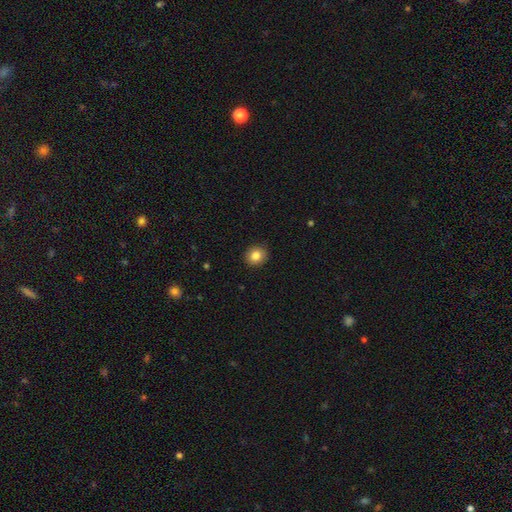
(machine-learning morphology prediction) smooth_or_featured: smooth (p=0.84) [alt: star or artifact p=0.09]
how_rounded: round (p=0.78) [alt: in between p=0.21]
merging: none (p=0.91) [alt: minor disturbance p=0.06]